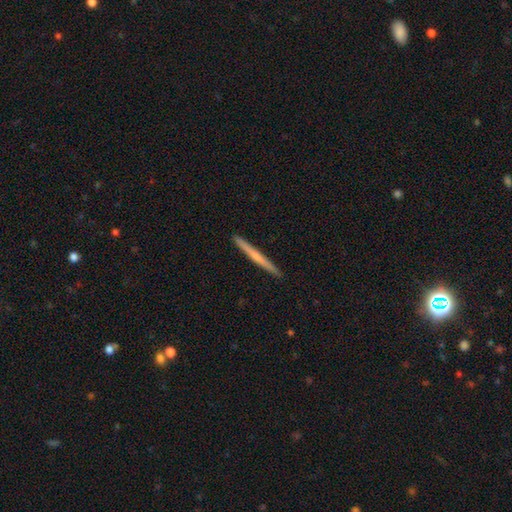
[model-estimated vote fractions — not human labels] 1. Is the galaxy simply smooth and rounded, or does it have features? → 48% featured or disk, 46% smooth, 6% star or artifact.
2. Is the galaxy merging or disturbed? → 93% none, 5% minor disturbance, 1% major disturbance, 1% merger.